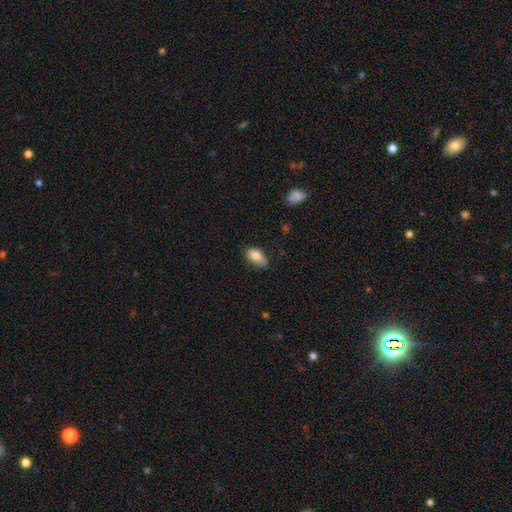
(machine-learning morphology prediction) smooth-or-featured: smooth: 85% | star or artifact: 8% | featured or disk: 7%
  how-rounded: in between: 90% | cigar-shaped: 5% | round: 5%
  merging: none: 63% | minor disturbance: 30% | major disturbance: 6% | merger: 2%